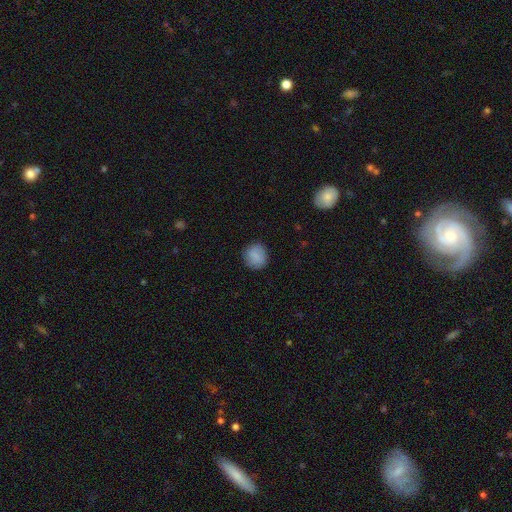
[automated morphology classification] A smooth galaxy with no disk features (86%) that is round (87%). Merging: none (87%).